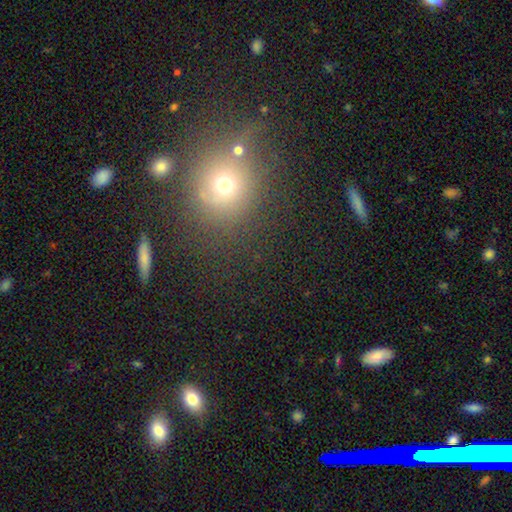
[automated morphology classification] type=smooth (51%); roundness=round (82%); merging=none (80%).